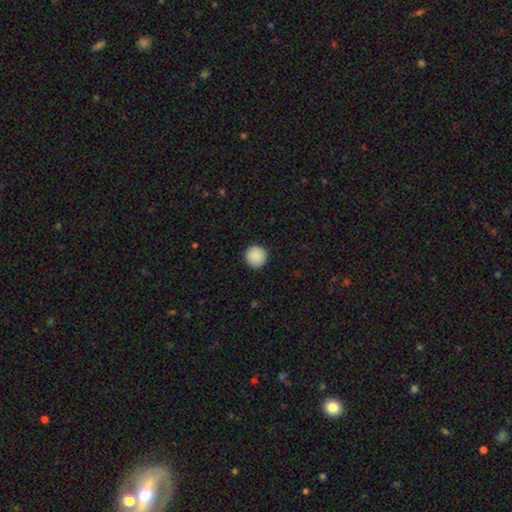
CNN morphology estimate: Smooth or featured? Predicted: smooth (p=0.90). How rounded? Predicted: round (p=0.96). Merging? Predicted: none (p=0.93).